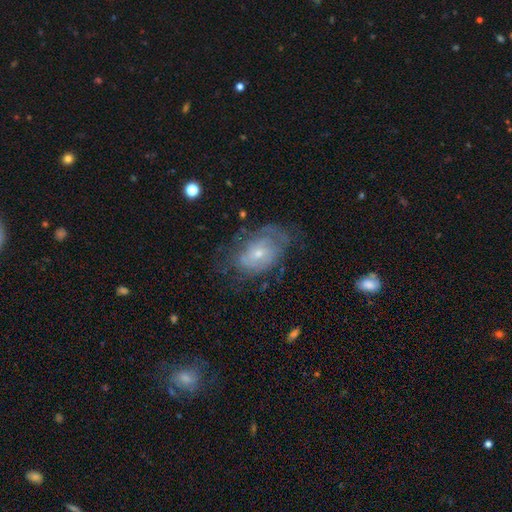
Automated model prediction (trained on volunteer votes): Smooth or featured: featured or disk — 65% (smooth — 24%)
Edge-on disk: no — 95% (yes — 5%)
Bar: no — 76% (weak — 20%)
Spiral arms: yes — 73% (no — 27%)
Bulge size: small — 63% (moderate — 32%)
Merging: none — 61% (minor disturbance — 22%)